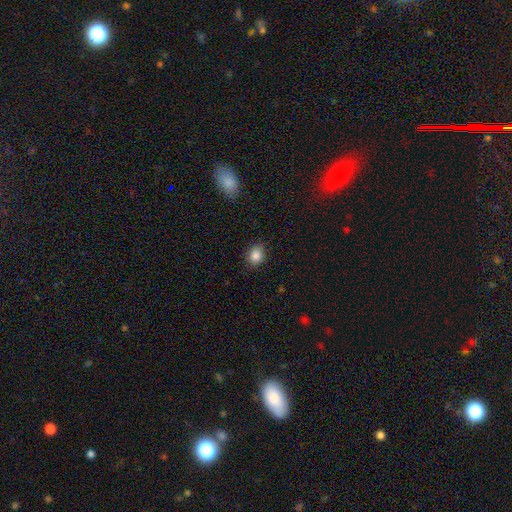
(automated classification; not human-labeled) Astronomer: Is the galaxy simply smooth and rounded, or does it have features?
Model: smooth — 85%.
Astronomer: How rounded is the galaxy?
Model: in between — 50% (runner-up: round, 49%).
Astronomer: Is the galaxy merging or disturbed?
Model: none — 85%.